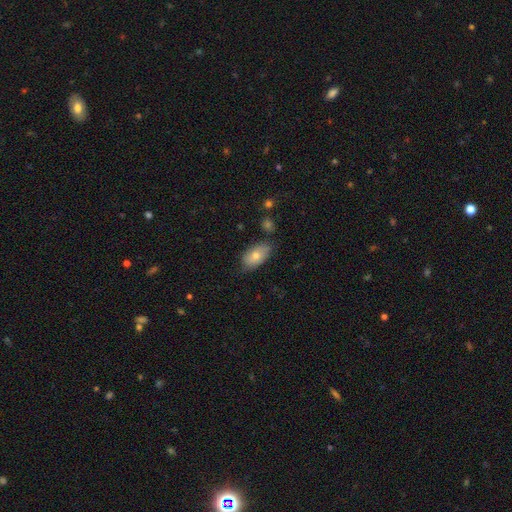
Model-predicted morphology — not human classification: type=smooth (73%); roundness=in between (93%); merging=none (75%).